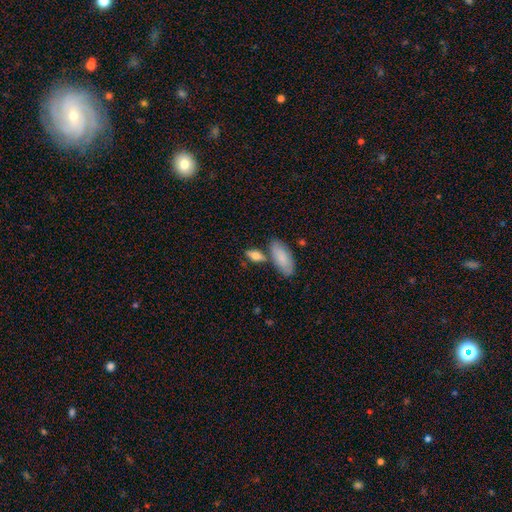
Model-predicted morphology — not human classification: Smooth or featured? smooth (71%)
How rounded? in between (72%)
Merging? none (62%)